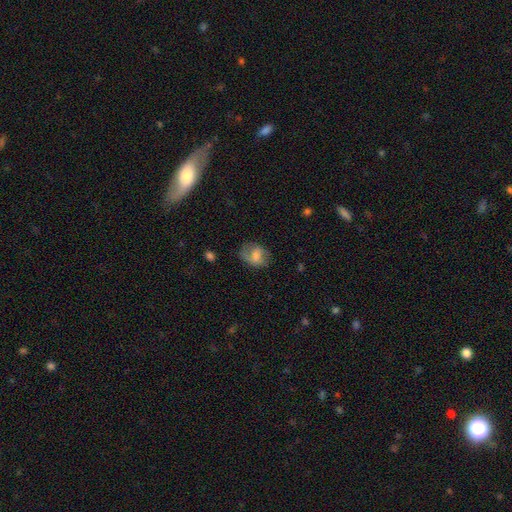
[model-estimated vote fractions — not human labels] Q: Smooth or featured?
A: smooth (55%); runner-up: featured or disk (36%)
Q: How rounded?
A: in between (62%); runner-up: round (37%)
Q: Merging?
A: none (59%); runner-up: minor disturbance (25%)